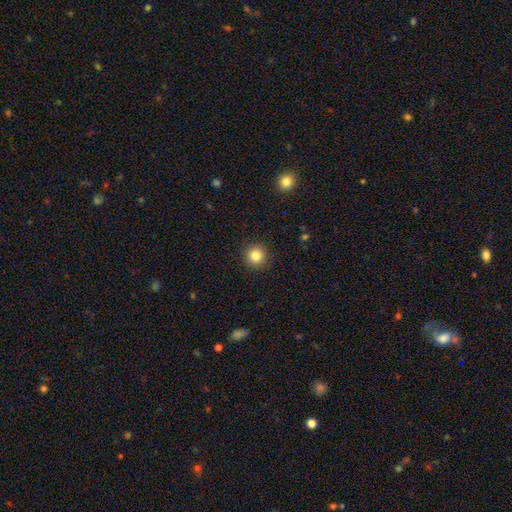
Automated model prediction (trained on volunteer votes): smooth 84%, star or artifact 11%, featured or disk 5%. Down the decision tree: how rounded — round (95%); merging — none (92%).